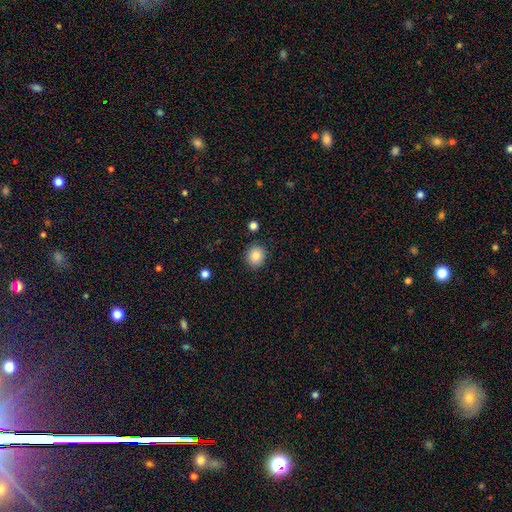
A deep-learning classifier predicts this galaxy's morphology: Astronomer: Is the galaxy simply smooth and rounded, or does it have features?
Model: smooth — 85%.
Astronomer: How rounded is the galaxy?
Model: round — 82%.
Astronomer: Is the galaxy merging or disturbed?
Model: none — 88%.